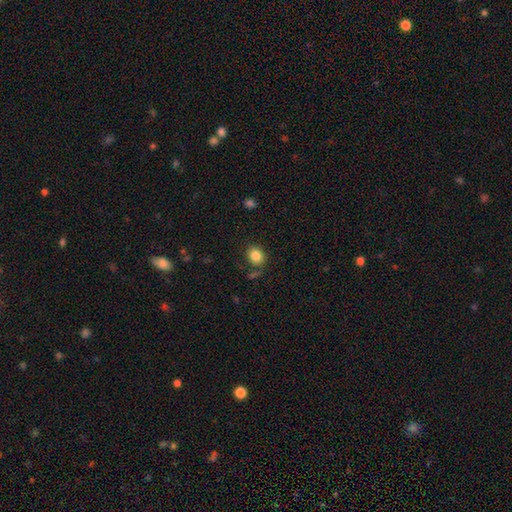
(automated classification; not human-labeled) smooth 84%, star or artifact 10%, featured or disk 6%. Down the decision tree: how rounded — round (60%); merging — none (78%).